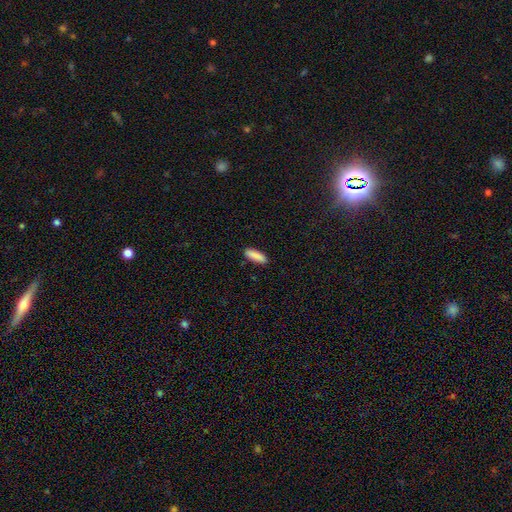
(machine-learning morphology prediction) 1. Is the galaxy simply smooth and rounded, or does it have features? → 89% smooth, 6% star or artifact, 5% featured or disk.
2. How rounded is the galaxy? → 52% cigar-shaped, 46% in between, 2% round.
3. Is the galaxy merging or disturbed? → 88% none, 9% minor disturbance, 2% major disturbance, 1% merger.